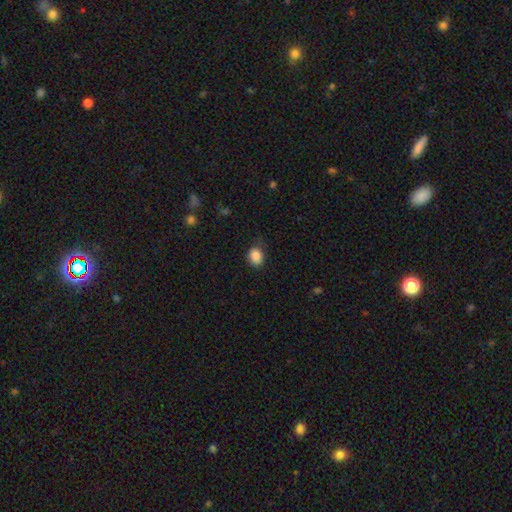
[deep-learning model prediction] This is clearly a smooth galaxy (87%). How rounded: possibly in between (56%). Merging: likely none (69%).